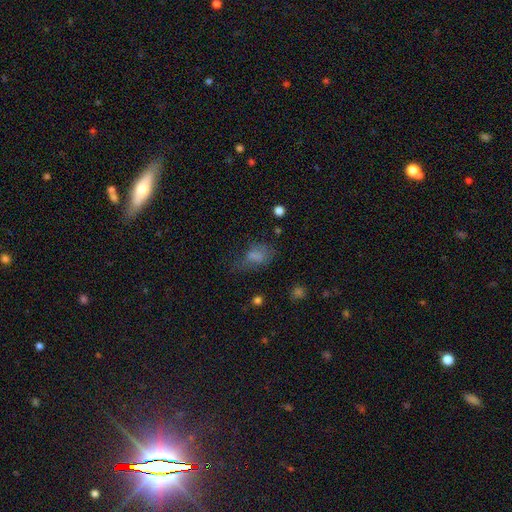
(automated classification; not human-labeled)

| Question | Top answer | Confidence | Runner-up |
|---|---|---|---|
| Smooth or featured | smooth | 68% | featured or disk (17%) |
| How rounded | in between | 82% | round (14%) |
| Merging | none | 35% | major disturbance (32%) |